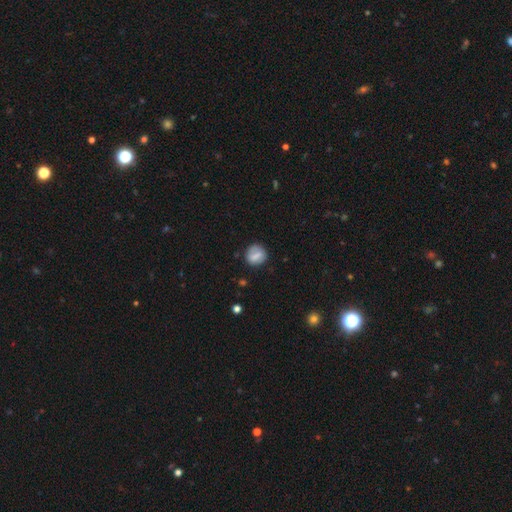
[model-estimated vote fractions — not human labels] Smooth or featured?
  - smooth: 69% *
  - featured or disk: 23%
  - star or artifact: 8%
How rounded?
  - round: 80% *
  - in between: 18%
  - cigar-shaped: 2%
Merging?
  - none: 79% *
  - minor disturbance: 14%
  - major disturbance: 5%
  - merger: 2%